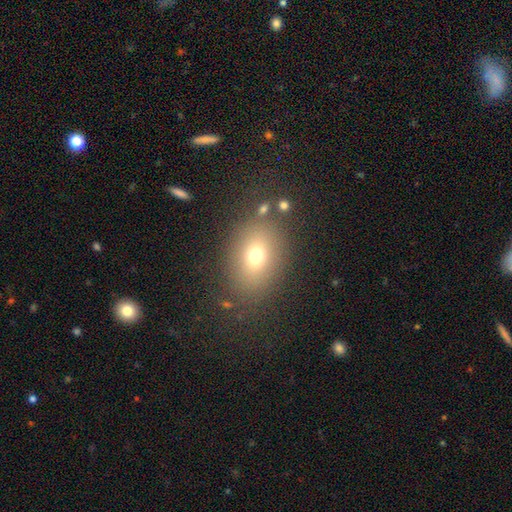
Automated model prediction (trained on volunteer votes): This is likely a smooth galaxy (70%). How rounded: likely in between (63%). Merging: likely none (78%).